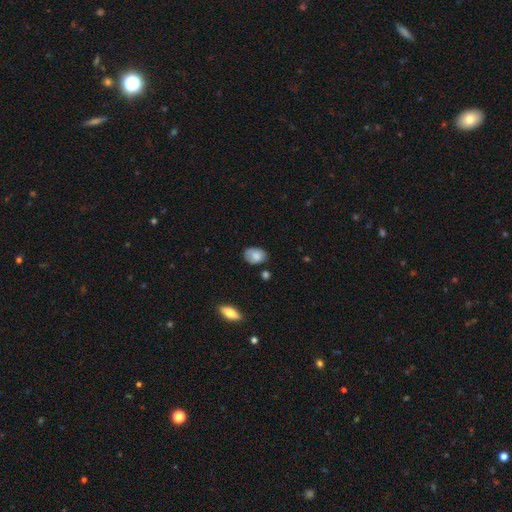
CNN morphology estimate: A smooth galaxy with no disk features (80%) that is in between round and cigar-shaped (79%). Merging: none (68%).